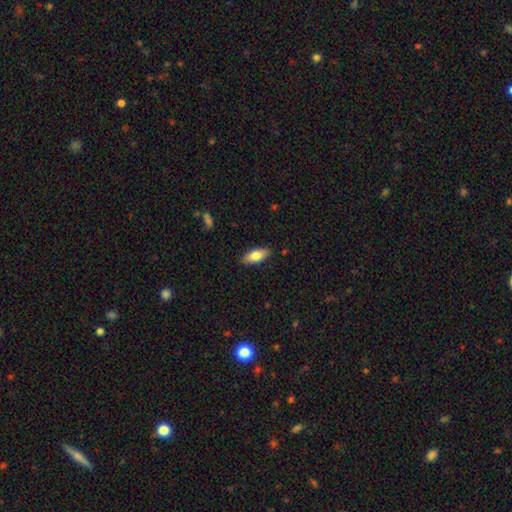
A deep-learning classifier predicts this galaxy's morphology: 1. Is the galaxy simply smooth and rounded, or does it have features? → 78% smooth, 16% featured or disk, 6% star or artifact.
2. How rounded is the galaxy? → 83% in between, 15% cigar-shaped, 2% round.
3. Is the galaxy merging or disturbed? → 87% none, 10% minor disturbance, 2% major disturbance, 1% merger.